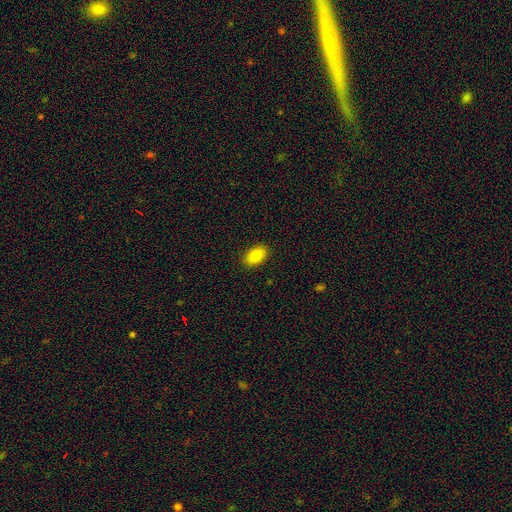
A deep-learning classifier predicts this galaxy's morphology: Q: Smooth or featured?
A: smooth (83%); runner-up: featured or disk (9%)
Q: How rounded?
A: in between (91%); runner-up: round (8%)
Q: Merging?
A: none (89%); runner-up: minor disturbance (8%)